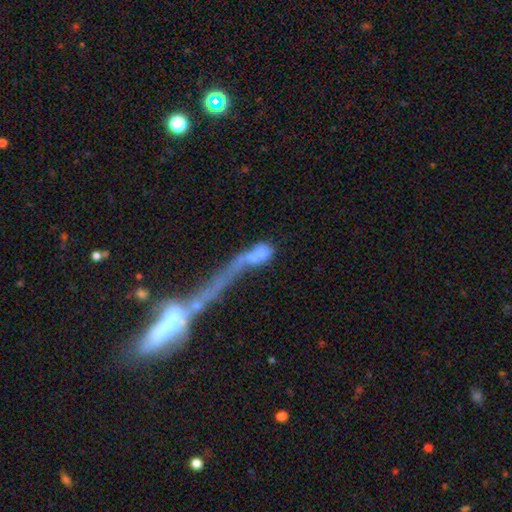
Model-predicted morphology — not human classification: A smooth galaxy with no disk features (47%). Merging: merger (46%).